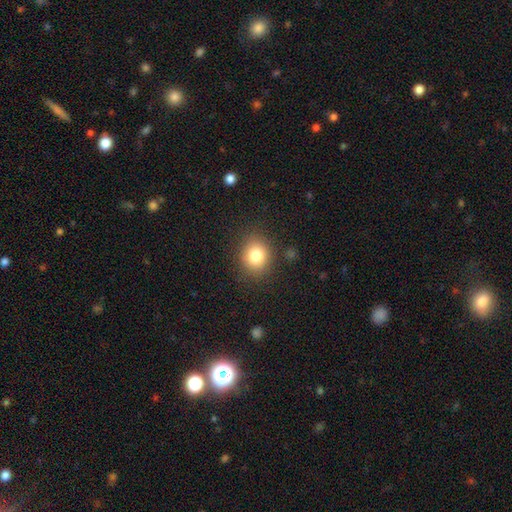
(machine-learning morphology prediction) type=smooth (81%); roundness=round (67%); merging=none (86%).